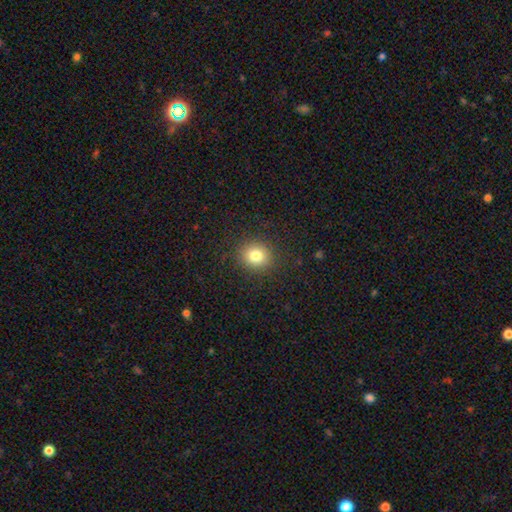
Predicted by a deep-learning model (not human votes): Smooth or featured?
  - smooth: 81% *
  - star or artifact: 12%
  - featured or disk: 7%
How rounded?
  - round: 82% *
  - in between: 17%
  - cigar-shaped: 1%
Merging?
  - none: 89% *
  - minor disturbance: 7%
  - major disturbance: 3%
  - merger: 1%